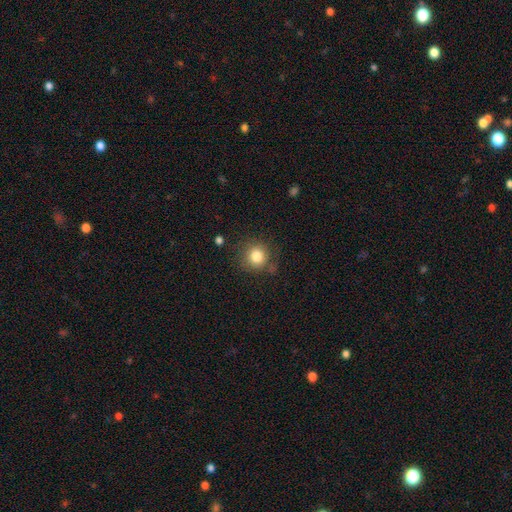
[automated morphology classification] Smooth or featured? Predicted: smooth (p=0.82). How rounded? Predicted: round (p=0.91). Merging? Predicted: none (p=0.80).